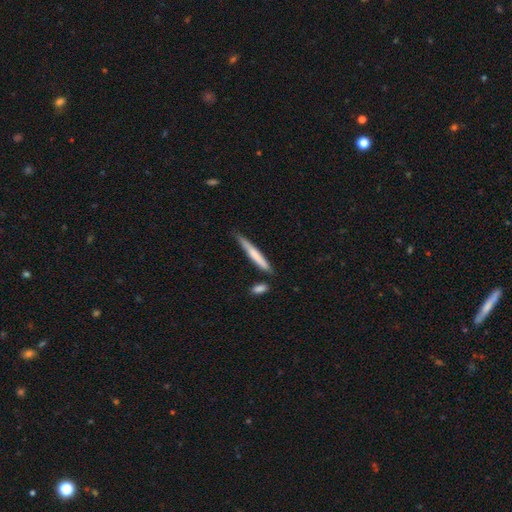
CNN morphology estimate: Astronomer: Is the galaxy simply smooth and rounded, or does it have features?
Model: smooth — 68%.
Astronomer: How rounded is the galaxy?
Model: cigar-shaped — 95%.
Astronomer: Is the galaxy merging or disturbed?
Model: none — 71%.